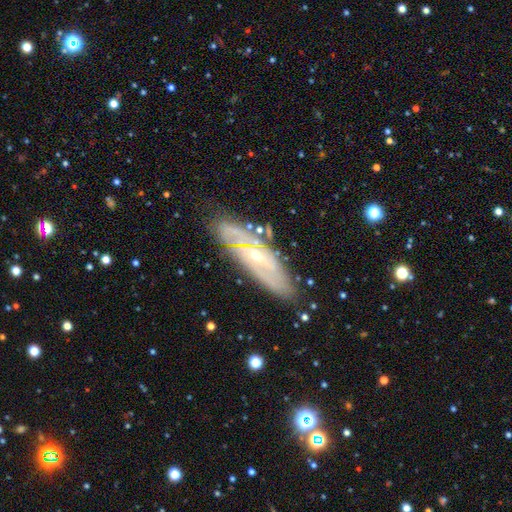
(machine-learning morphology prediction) A featured or disk galaxy (77%) with no bar (55%), spiral arms (85%) and a small central bulge (71%).

Vote fractions:
- Smooth or featured? featured or disk: 77% / smooth: 15% / star or artifact: 8%
- Edge-on disk? no: 72% / yes: 28%
- Bar? no: 55% / weak: 32% / strong: 13%
- Spiral arms? yes: 85% / no: 15%
- Bulge size? small: 71% / moderate: 26% / none: 2% / large: 1% / dominant: 1%
- Merging? none: 80% / minor disturbance: 14% / major disturbance: 4% / merger: 2%